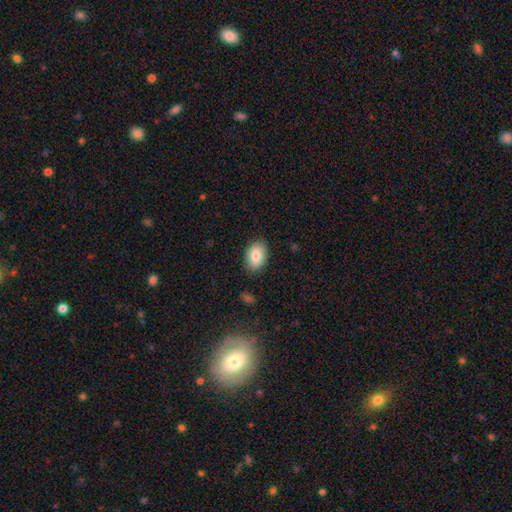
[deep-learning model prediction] A smooth galaxy with no disk features (82%) that is in between round and cigar-shaped (85%).

Vote fractions:
- Smooth or featured? smooth: 82% / featured or disk: 10% / star or artifact: 7%
- How rounded? in between: 85% / round: 14% / cigar-shaped: 1%
- Merging? none: 85% / minor disturbance: 11% / major disturbance: 2% / merger: 1%